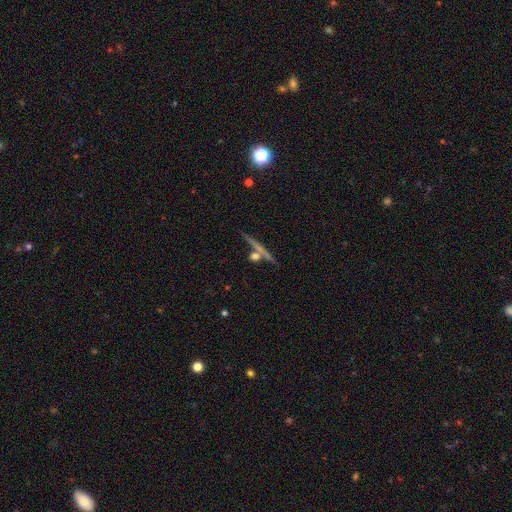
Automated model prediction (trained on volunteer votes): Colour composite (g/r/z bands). It shows a smooth galaxy with no disk features (45%). Merging: none (66%).